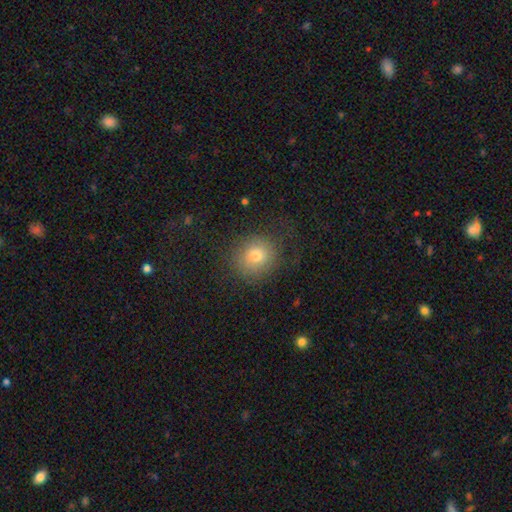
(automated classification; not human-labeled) Morphology: type=smooth (74%); roundness=round (85%); merging=none (73%).